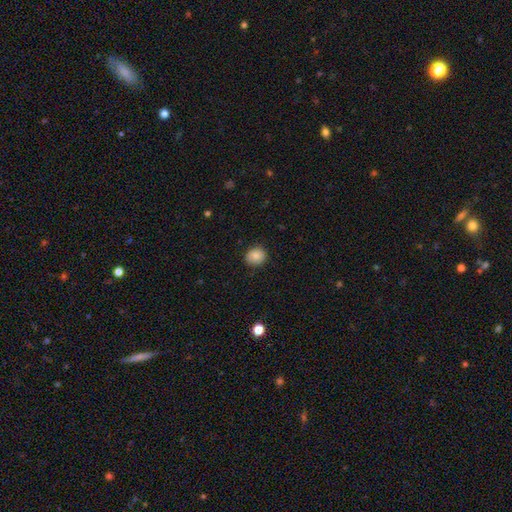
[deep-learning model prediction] smooth_or_featured: smooth (p=0.83) [alt: star or artifact p=0.09]
how_rounded: round (p=0.75) [alt: in between p=0.25]
merging: none (p=0.85) [alt: minor disturbance p=0.11]